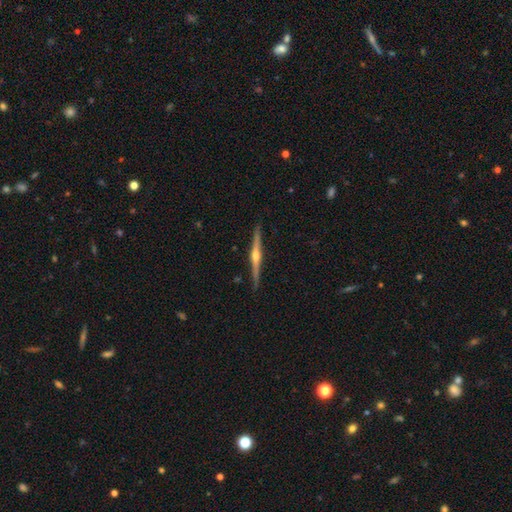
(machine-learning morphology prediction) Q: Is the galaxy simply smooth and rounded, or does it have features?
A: featured or disk — 83%.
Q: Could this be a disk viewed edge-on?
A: yes — 99%.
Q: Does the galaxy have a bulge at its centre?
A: rounded — 92%.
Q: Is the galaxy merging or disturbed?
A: none — 91%.